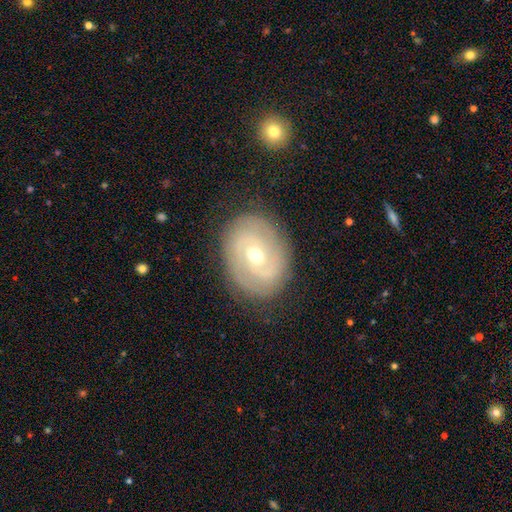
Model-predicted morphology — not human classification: A featured or disk galaxy (82%) with no bar (49%), 2 (50%) tight (70%) spiral arms (91%) and a moderate central bulge (52%). Merging: none (83%).